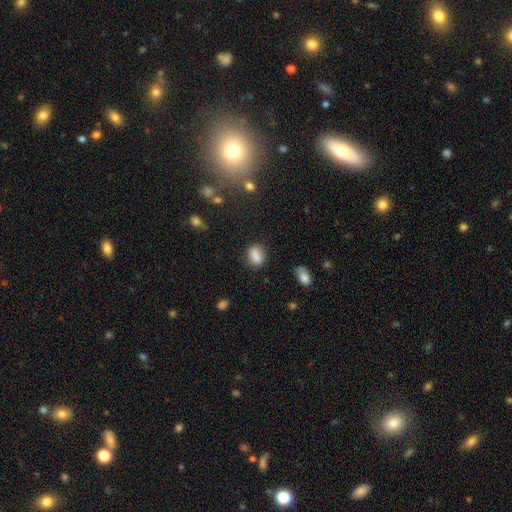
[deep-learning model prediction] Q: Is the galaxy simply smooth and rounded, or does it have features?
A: smooth — 81%.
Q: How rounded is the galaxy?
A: in between — 63%.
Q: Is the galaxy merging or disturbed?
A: none — 76%.